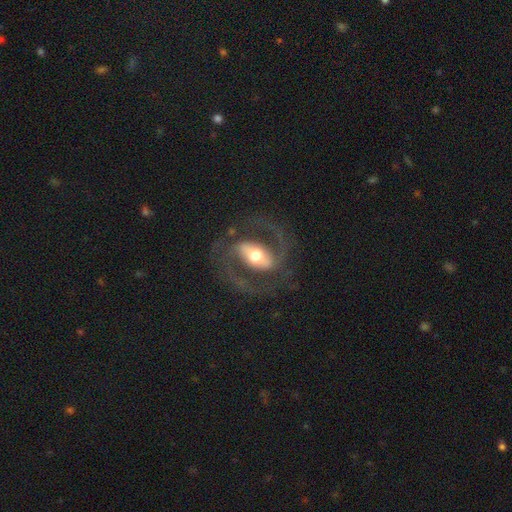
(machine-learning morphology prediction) The model was most divided on "bar": strong: 56%, weak: 28%, no: 16%. More confident: edge-on disk — no (95%); spiral arm count — 2 (92%); spiral arms — yes (91%); smooth or featured — featured or disk (87%); merging — none (74%); bulge size — moderate (60%); spiral winding — medium (57%).